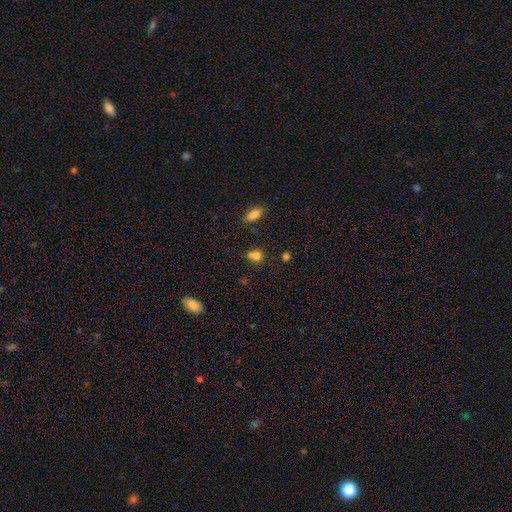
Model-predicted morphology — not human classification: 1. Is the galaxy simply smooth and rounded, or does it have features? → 77% smooth, 15% star or artifact, 8% featured or disk.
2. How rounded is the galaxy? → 60% round, 38% in between, 2% cigar-shaped.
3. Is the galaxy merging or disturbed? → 57% none, 20% minor disturbance, 17% merger, 7% major disturbance.